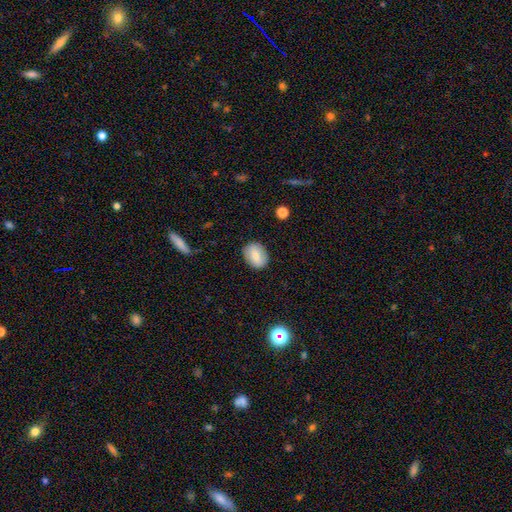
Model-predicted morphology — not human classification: smooth 76%, featured or disk 16%, star or artifact 8%. Down the decision tree: how rounded — in between (63%); merging — none (85%).